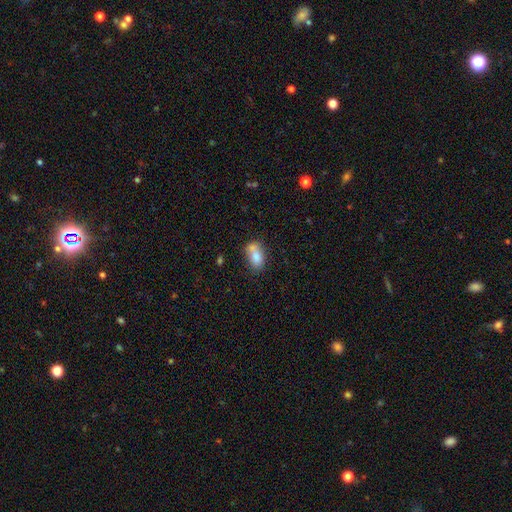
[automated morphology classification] Smooth or featured?
  - smooth: 76% *
  - featured or disk: 15%
  - star or artifact: 9%
How rounded?
  - in between: 82% *
  - round: 15%
  - cigar-shaped: 3%
Merging?
  - merger: 40% *
  - none: 37%
  - minor disturbance: 17%
  - major disturbance: 7%